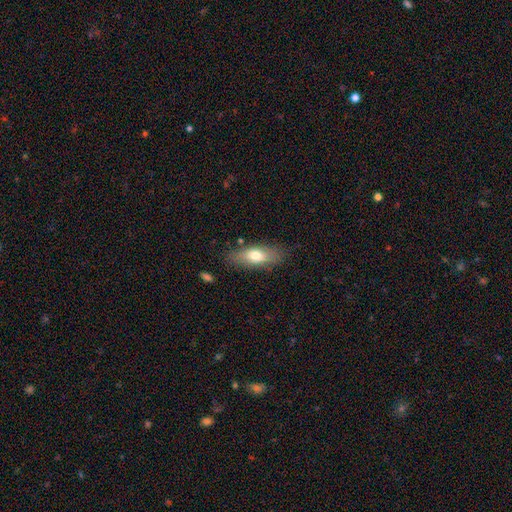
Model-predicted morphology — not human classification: A smooth galaxy with no disk features (70%) that is in between round and cigar-shaped (69%).

Vote fractions:
- Smooth or featured? smooth: 70% / featured or disk: 23% / star or artifact: 7%
- How rounded? in between: 69% / cigar-shaped: 27% / round: 3%
- Merging? none: 80% / minor disturbance: 14% / major disturbance: 4% / merger: 2%